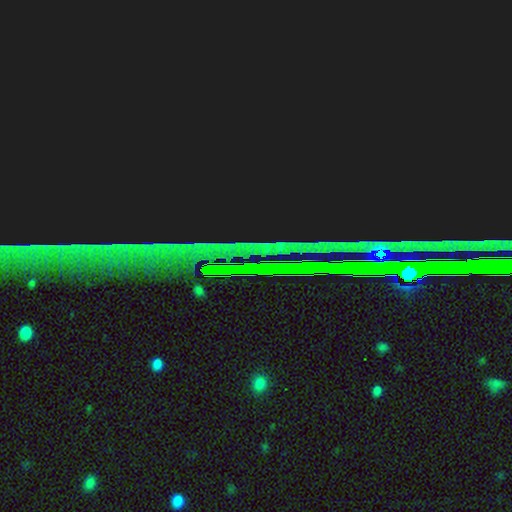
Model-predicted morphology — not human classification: A star or artifact, not a galaxy (84%).

Vote fractions:
- Smooth or featured? star or artifact: 84% / featured or disk: 9% / smooth: 6%